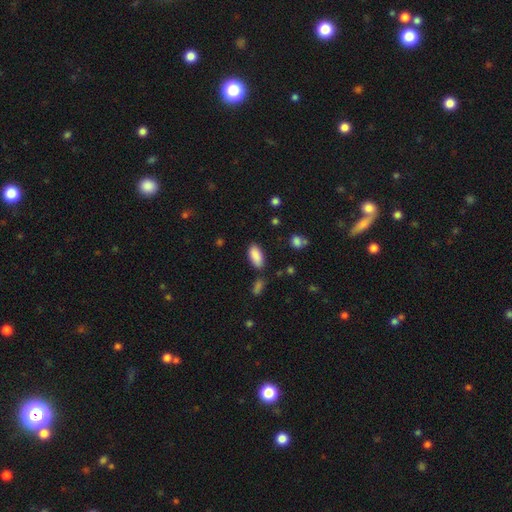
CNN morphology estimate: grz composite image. It shows a smooth galaxy with no disk features (89%) that is in between round and cigar-shaped (89%). Merging: none (80%).